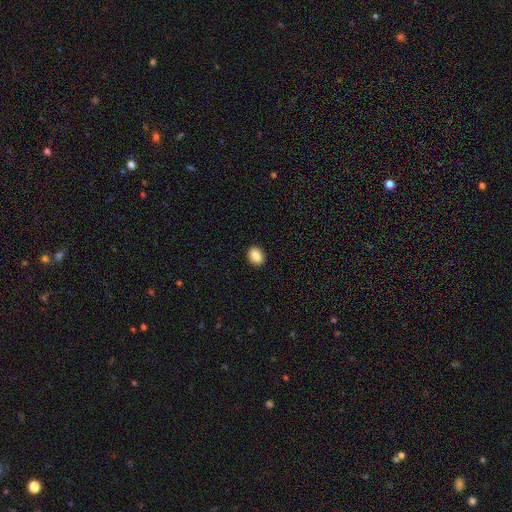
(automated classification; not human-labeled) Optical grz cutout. It shows a smooth galaxy with no disk features (87%) that is in between round and cigar-shaped (52%). Merging: none (91%).